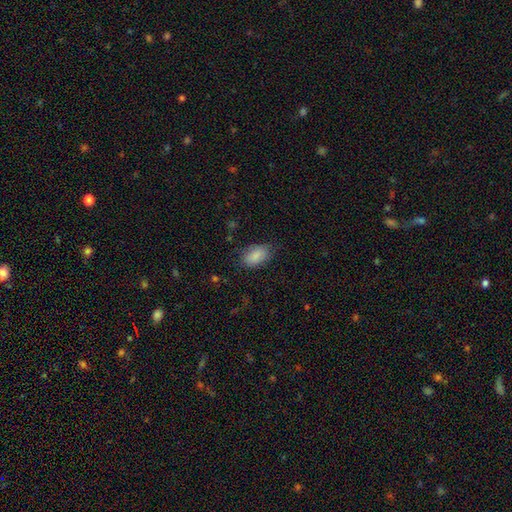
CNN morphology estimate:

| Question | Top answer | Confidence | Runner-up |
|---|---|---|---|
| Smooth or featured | smooth | 86% | featured or disk (7%) |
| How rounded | in between | 92% | round (7%) |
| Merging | none | 72% | minor disturbance (21%) |